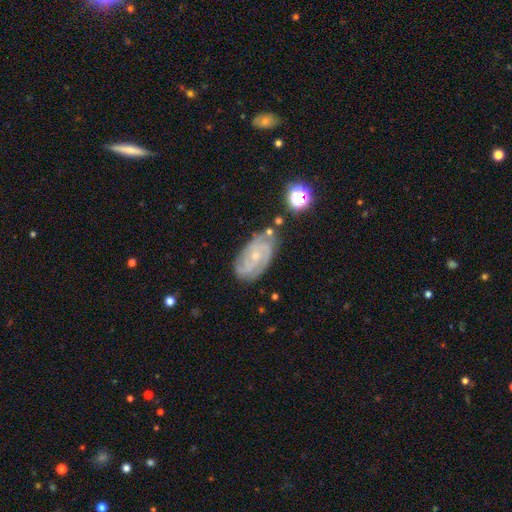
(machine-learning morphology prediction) smooth-or-featured: featured or disk: 82% | smooth: 10% | star or artifact: 8%
  disk-edge-on: no: 96% | yes: 4%
    bar: no: 67% | weak: 28% | strong: 6%
    has-spiral-arms: yes: 97% | no: 3%
      spiral-winding: tight: 59% | medium: 34% | loose: 7%
      spiral-arm-count: 3: 36% | 2: 27% | can't tell: 18% | 4: 11% | more than 4: 4% | 1: 4%
    bulge-size: small: 72% | moderate: 23% | none: 2% | large: 1% | dominant: 1%
  merging: none: 72% | minor disturbance: 20% | major disturbance: 5% | merger: 4%